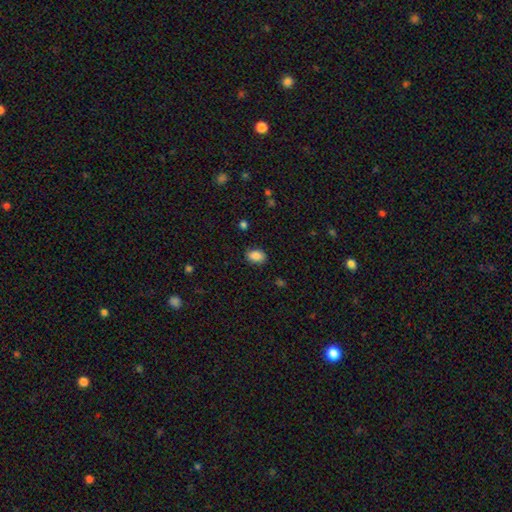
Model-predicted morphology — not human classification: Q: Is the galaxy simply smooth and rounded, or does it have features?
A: smooth — 86%.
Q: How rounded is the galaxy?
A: in between — 76%.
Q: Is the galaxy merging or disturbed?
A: none — 84%.